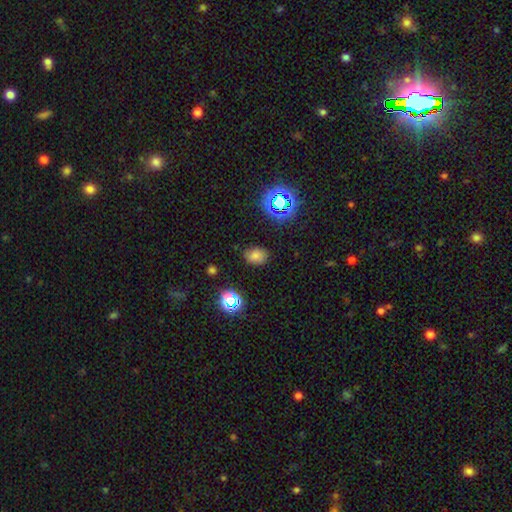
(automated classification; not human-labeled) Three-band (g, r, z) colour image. It shows a smooth galaxy with no disk features (69%) that is in between round and cigar-shaped (64%). Merging: none (77%).